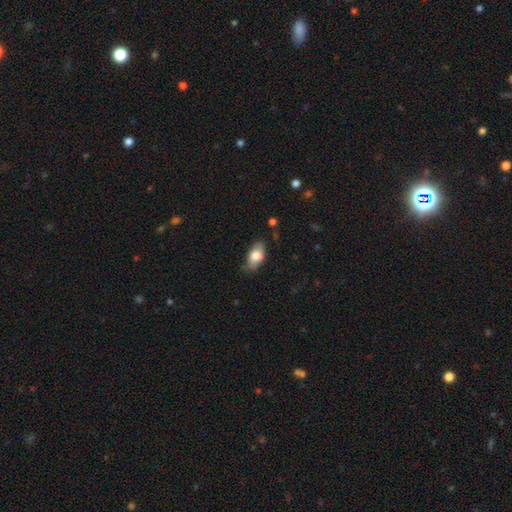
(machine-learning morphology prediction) Smooth or featured?
  - smooth: 77% *
  - featured or disk: 17%
  - star or artifact: 7%
How rounded?
  - in between: 91% *
  - round: 5%
  - cigar-shaped: 4%
Merging?
  - none: 74% *
  - minor disturbance: 21%
  - major disturbance: 4%
  - merger: 1%